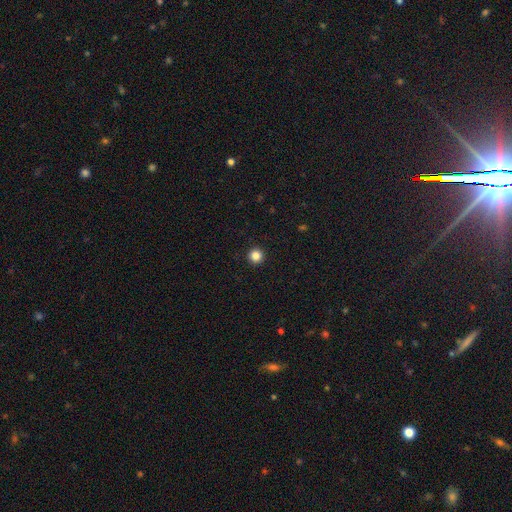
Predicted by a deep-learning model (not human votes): Overall: smooth (85%). How rounded: round (96%). Merging: none (94%).